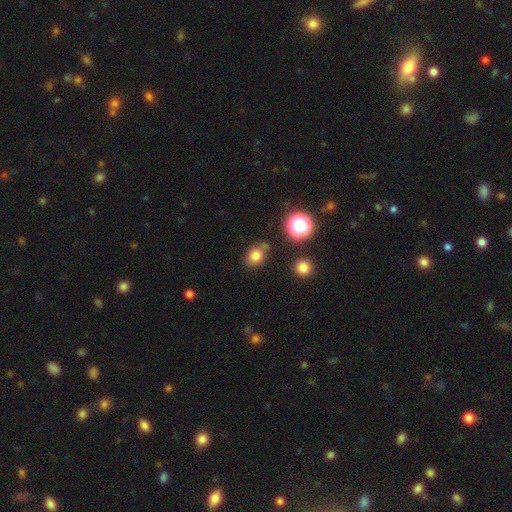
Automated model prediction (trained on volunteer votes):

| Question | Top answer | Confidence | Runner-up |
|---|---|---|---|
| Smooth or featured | smooth | 78% | star or artifact (15%) |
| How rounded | round | 53% | in between (46%) |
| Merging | none | 66% | minor disturbance (20%) |